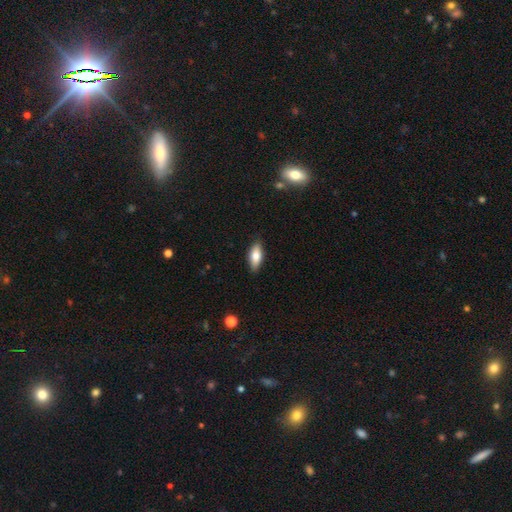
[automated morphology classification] smooth_or_featured: smooth (p=0.78) [alt: featured or disk p=0.16]
how_rounded: in between (p=0.81) [alt: cigar-shaped p=0.16]
merging: none (p=0.86) [alt: minor disturbance p=0.11]